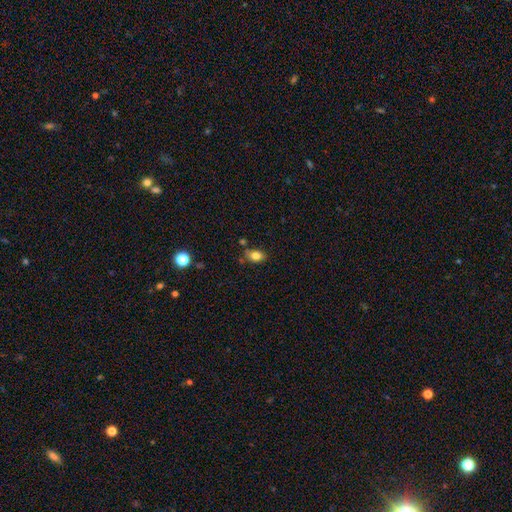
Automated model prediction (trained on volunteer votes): Morphology: type=smooth (81%); roundness=in between (82%); merging=none (73%).